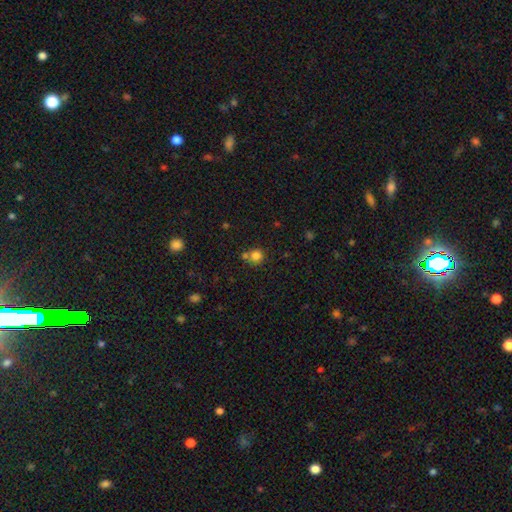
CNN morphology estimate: Smooth or featured? Predicted: smooth (p=0.81). How rounded? Predicted: round (p=0.88). Merging? Predicted: none (p=0.58).